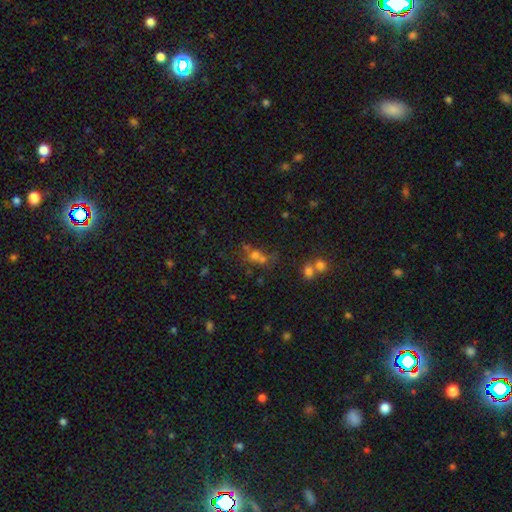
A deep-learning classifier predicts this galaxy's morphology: smooth-or-featured: smooth: 52% | star or artifact: 32% | featured or disk: 17%
  how-rounded: round: 76% | in between: 21% | cigar-shaped: 2%
  merging: none: 42% (tied) | merger: 42% (tied) | minor disturbance: 9% | major disturbance: 7%